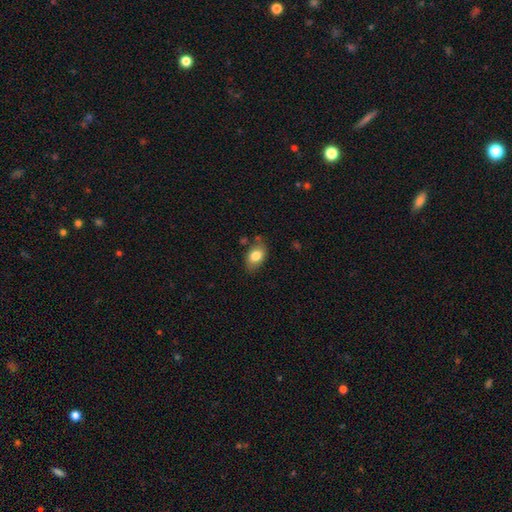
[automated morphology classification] The model was most divided on "merging": none: 72%, minor disturbance: 19%, major disturbance: 5%, merger: 4%. More confident: how rounded — in between (84%); smooth or featured — smooth (80%).